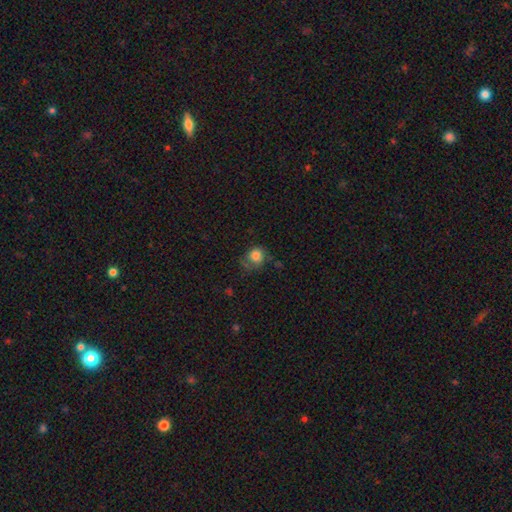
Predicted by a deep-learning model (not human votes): Overall: smooth (81%). How rounded: round (77%). Merging: none (52%; minor disturbance 30%).